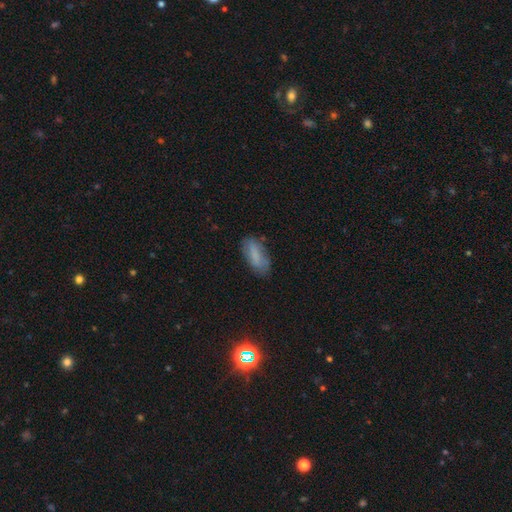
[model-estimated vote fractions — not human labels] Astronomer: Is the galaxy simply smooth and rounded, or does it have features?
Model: smooth — 76%.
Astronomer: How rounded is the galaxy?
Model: in between — 83%.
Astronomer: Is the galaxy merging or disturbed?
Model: none — 69%.